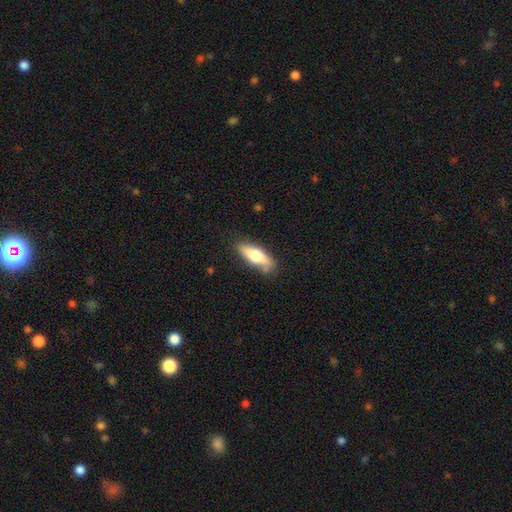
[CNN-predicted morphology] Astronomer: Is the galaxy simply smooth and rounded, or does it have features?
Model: smooth — 67%.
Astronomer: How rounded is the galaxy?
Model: in between — 55% (runner-up: cigar-shaped, 43%).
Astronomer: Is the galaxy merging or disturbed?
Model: none — 78%.